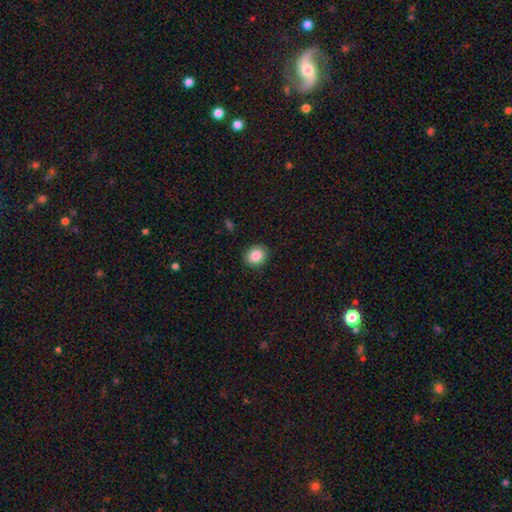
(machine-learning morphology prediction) Smooth or featured?
  - smooth: 87% *
  - star or artifact: 8%
  - featured or disk: 5%
How rounded?
  - round: 68% *
  - in between: 31%
  - cigar-shaped: 1%
Merging?
  - none: 89% *
  - minor disturbance: 7%
  - major disturbance: 2%
  - merger: 1%